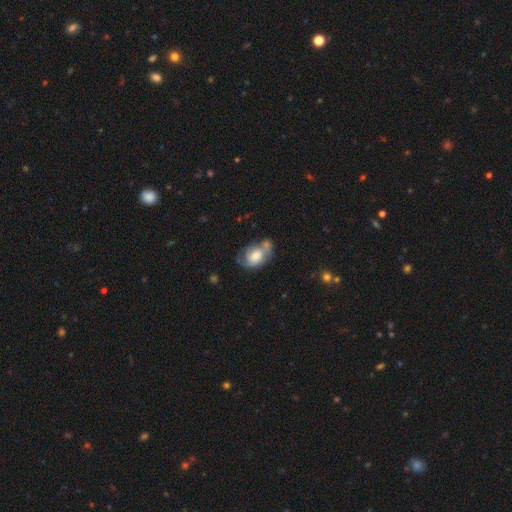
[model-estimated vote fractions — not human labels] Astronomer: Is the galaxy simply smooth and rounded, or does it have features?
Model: smooth — 48% (runner-up: featured or disk, 44%).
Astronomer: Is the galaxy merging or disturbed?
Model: none — 33% (runner-up: merger, 28%).